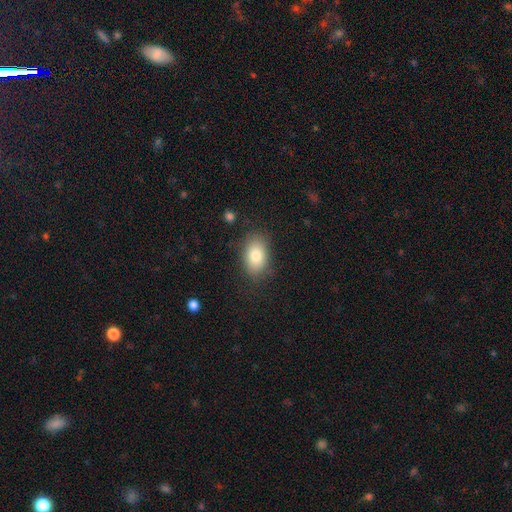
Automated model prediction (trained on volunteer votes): Smooth or featured?
  - smooth: 81% *
  - featured or disk: 11%
  - star or artifact: 8%
How rounded?
  - in between: 89% *
  - round: 10%
  - cigar-shaped: 2%
Merging?
  - none: 82% *
  - minor disturbance: 13%
  - major disturbance: 4%
  - merger: 1%